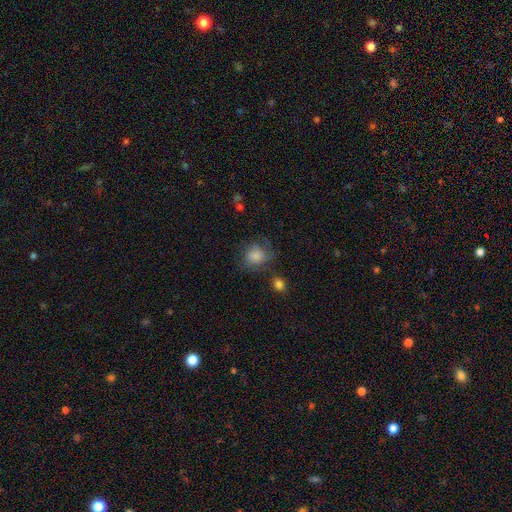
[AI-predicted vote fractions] A smooth galaxy with no disk features (78%) that is round (71%). Merging: none (56%).